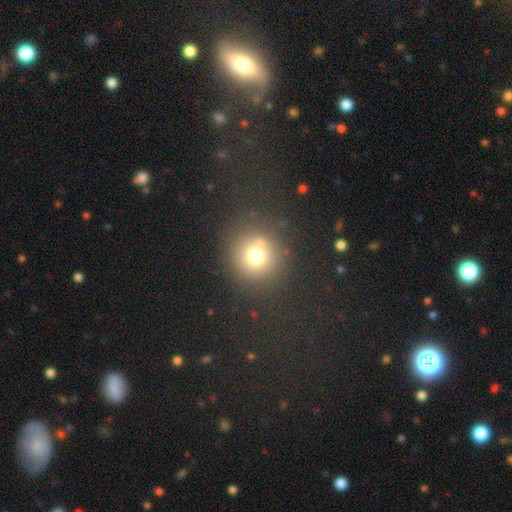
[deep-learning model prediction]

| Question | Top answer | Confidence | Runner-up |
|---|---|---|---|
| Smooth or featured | smooth | 72% | star or artifact (17%) |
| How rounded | round | 91% | in between (8%) |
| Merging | none | 81% | minor disturbance (9%) |